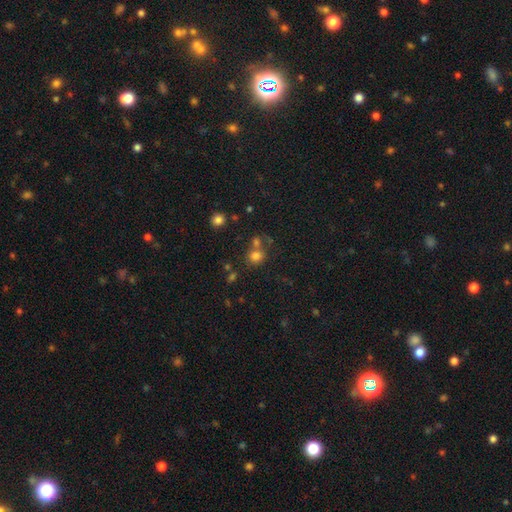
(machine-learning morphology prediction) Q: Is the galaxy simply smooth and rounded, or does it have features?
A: smooth — 75%.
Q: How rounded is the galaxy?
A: round — 78%.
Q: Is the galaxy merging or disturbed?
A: none — 55%.